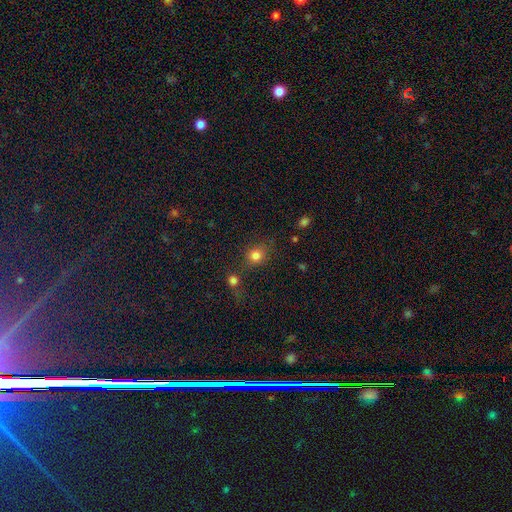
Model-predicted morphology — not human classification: smooth-or-featured: smooth: 80% | star or artifact: 14% | featured or disk: 6%
  how-rounded: round: 79% | in between: 20% | cigar-shaped: 1%
  merging: none: 70% | merger: 14% | minor disturbance: 11% | major disturbance: 5%